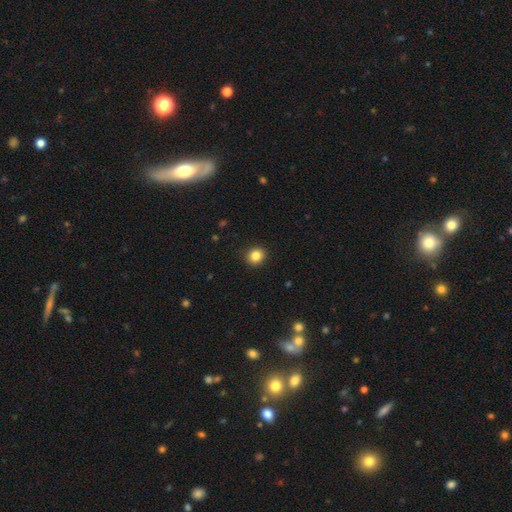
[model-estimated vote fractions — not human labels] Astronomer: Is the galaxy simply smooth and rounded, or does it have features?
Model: smooth — 85%.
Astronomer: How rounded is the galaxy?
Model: round — 83%.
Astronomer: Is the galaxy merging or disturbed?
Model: none — 91%.